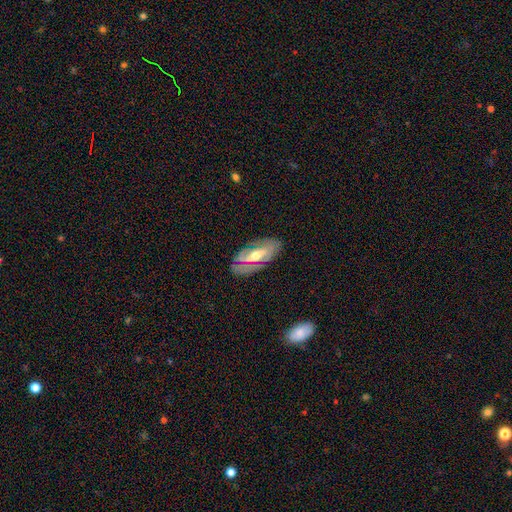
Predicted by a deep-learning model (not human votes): This is likely a featured or disk galaxy (64%). It is clearly not viewed edge-on (82%). Bar: possibly no (49%). Spiral arm pattern: possibly yes (50%, tied with no). Central bulge: likely moderate (70%). Merging: likely none (79%).